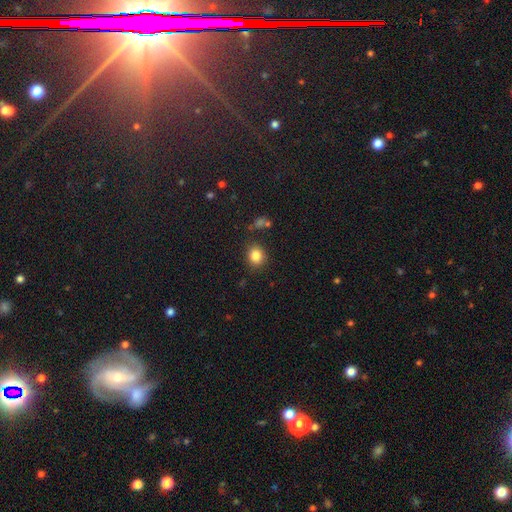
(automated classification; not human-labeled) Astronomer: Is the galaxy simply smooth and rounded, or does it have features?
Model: smooth — 84%.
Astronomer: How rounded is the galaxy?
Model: round — 70%.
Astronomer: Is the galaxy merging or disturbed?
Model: none — 85%.